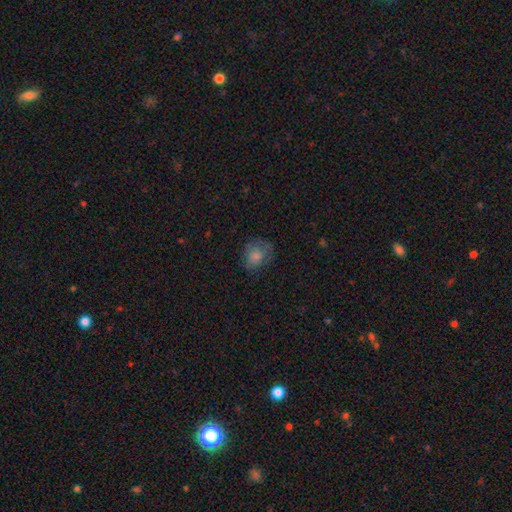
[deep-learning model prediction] Smooth or featured: smooth — 75% (featured or disk — 15%)
How rounded: round — 60% (in between — 39%)
Merging: none — 62% (minor disturbance — 24%)